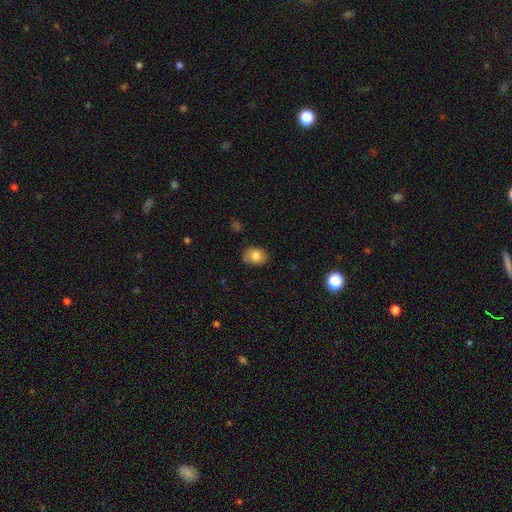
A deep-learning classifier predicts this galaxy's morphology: smooth 79%, featured or disk 12%, star or artifact 9%. Down the decision tree: how rounded — in between (56%); merging — none (67%).